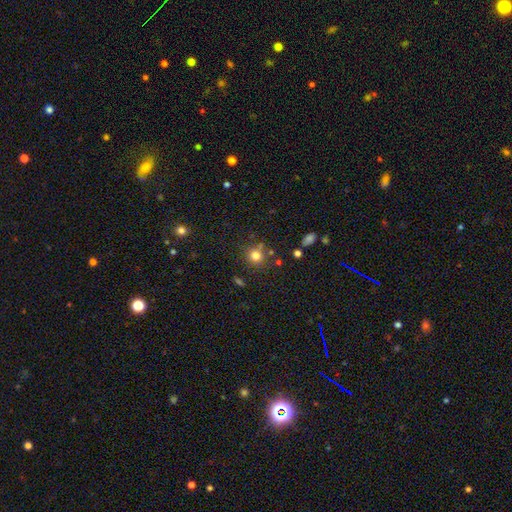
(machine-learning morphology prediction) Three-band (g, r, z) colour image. It shows a smooth galaxy with no disk features (78%) that is round (88%). Merging: none (75%).